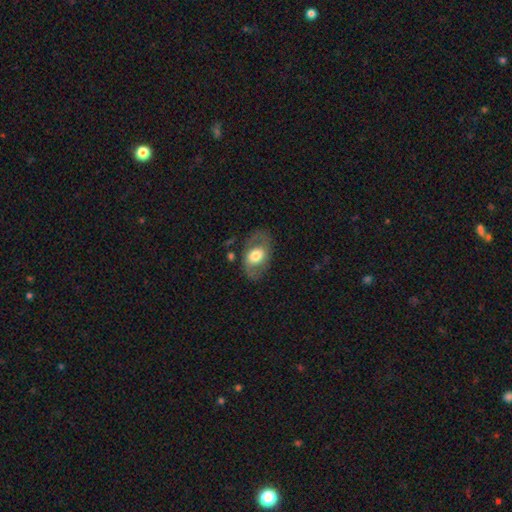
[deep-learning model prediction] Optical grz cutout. It shows a smooth galaxy with no disk features (48%). Merging: none (71%).